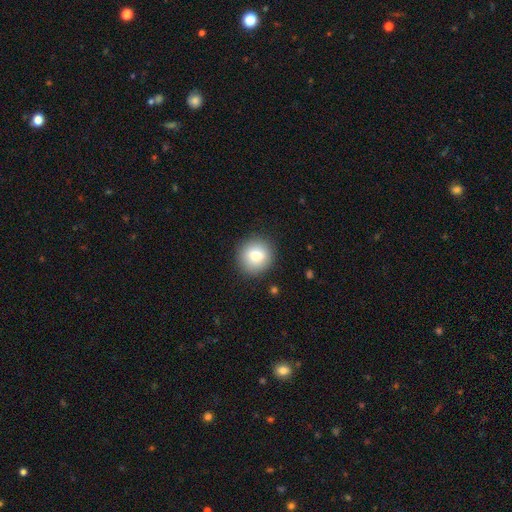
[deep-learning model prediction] smooth 80%, featured or disk 11%, star or artifact 9%. Down the decision tree: how rounded — round (90%); merging — none (89%).